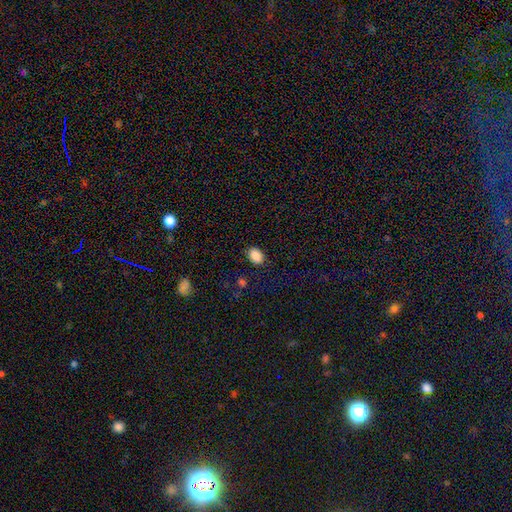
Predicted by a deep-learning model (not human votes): smooth_or_featured: smooth (p=0.88) [alt: star or artifact p=0.08]
how_rounded: in between (p=0.80) [alt: round p=0.19]
merging: none (p=0.85) [alt: minor disturbance p=0.10]